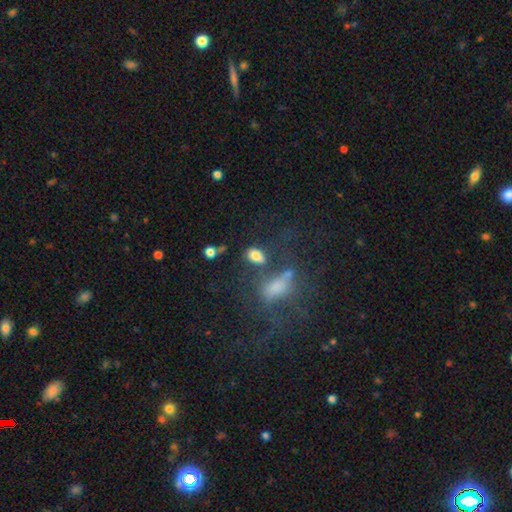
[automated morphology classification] Smooth or featured: smooth — 78% (star or artifact — 12%)
How rounded: in between — 84% (round — 13%)
Merging: none — 52% (merger — 19%)